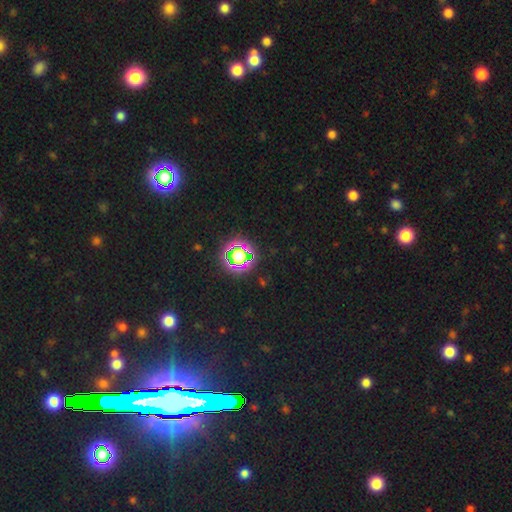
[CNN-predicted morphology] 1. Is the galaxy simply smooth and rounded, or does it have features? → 81% star or artifact, 11% smooth, 9% featured or disk.